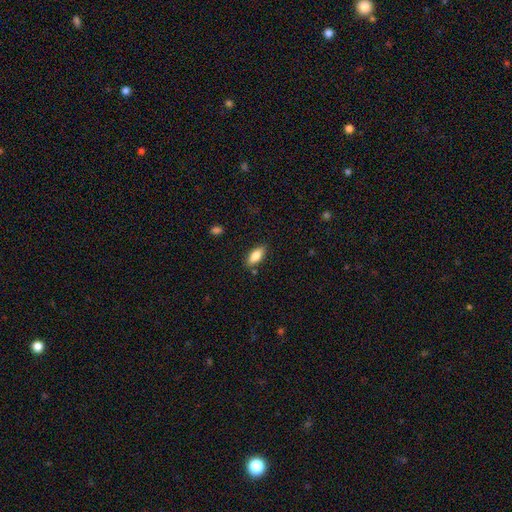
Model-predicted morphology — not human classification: Smooth or featured: smooth — 82% (featured or disk — 12%)
How rounded: in between — 84% (cigar-shaped — 14%)
Merging: none — 85% (minor disturbance — 10%)